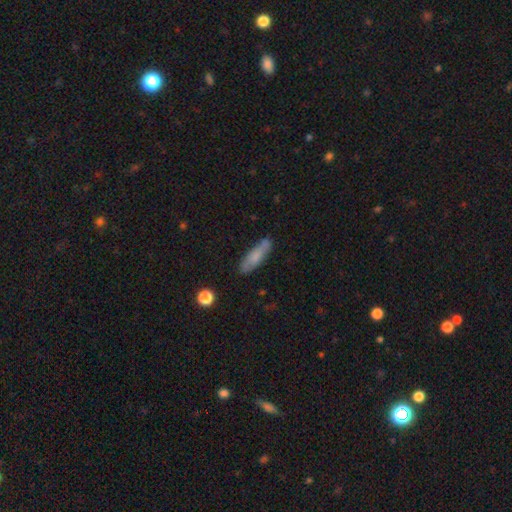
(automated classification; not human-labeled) Overall: smooth (68%). How rounded: cigar-shaped (63%; in between 35%). Merging: none (79%).